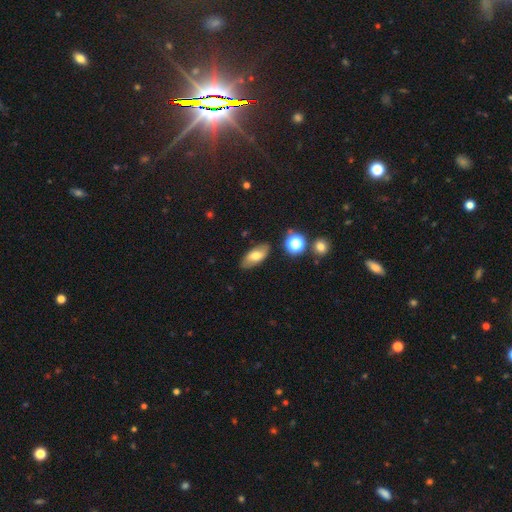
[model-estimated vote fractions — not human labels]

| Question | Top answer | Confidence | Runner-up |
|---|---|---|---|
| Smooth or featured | smooth | 63% | featured or disk (28%) |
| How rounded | in between | 86% | cigar-shaped (8%) |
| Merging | none | 81% | minor disturbance (14%) |